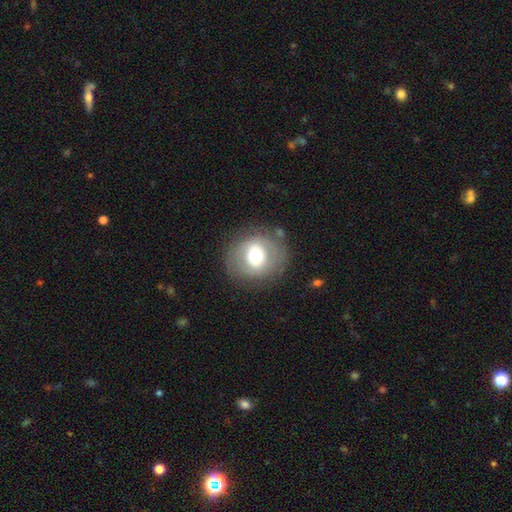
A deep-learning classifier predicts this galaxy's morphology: Smooth or featured? smooth (54%)
How rounded? round (83%)
Merging? none (78%)